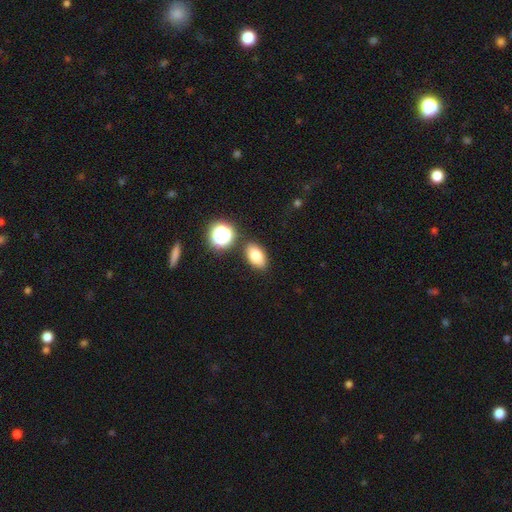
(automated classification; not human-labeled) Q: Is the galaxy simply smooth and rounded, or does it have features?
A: smooth — 79%.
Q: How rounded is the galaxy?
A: in between — 87%.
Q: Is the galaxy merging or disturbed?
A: none — 84%.